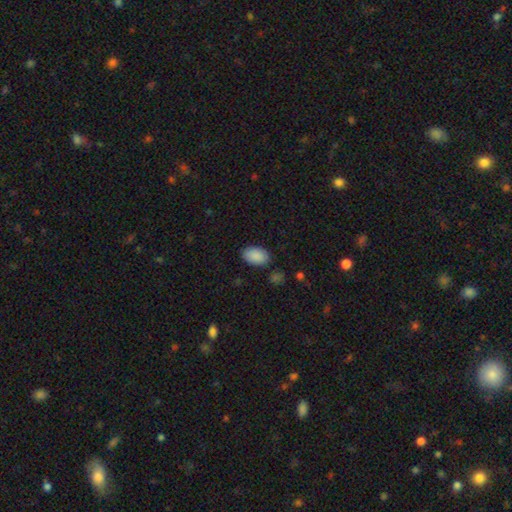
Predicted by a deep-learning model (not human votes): Smooth or featured? smooth (89%)
How rounded? in between (91%)
Merging? none (84%)